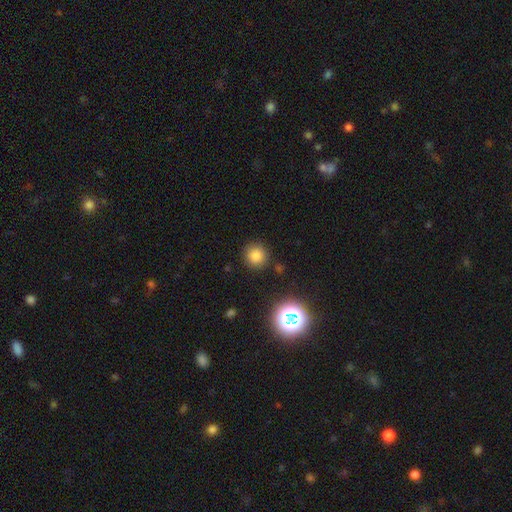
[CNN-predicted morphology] Smooth or featured? Predicted: smooth (p=0.79). How rounded? Predicted: round (p=0.92). Merging? Predicted: none (p=0.88).